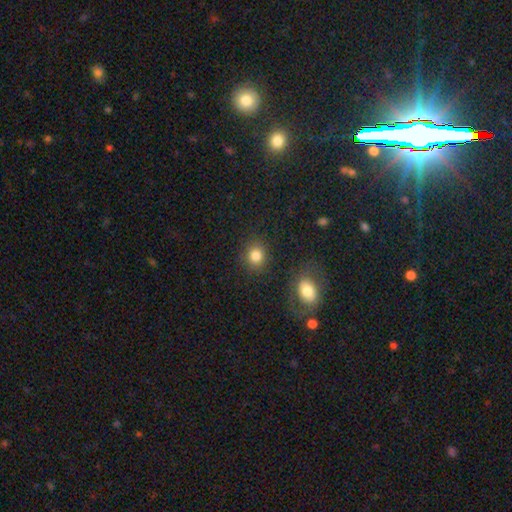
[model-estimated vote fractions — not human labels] Overall: smooth (83%). How rounded: round (78%). Merging: none (84%).